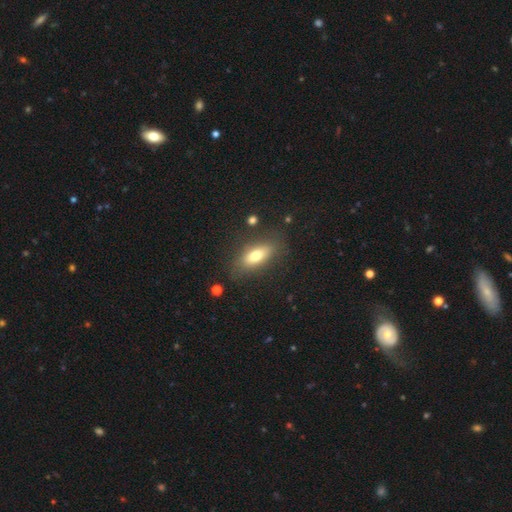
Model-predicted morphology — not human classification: Smooth or featured? Predicted: smooth (p=0.71). How rounded? Predicted: in between (p=0.79). Merging? Predicted: none (p=0.79).